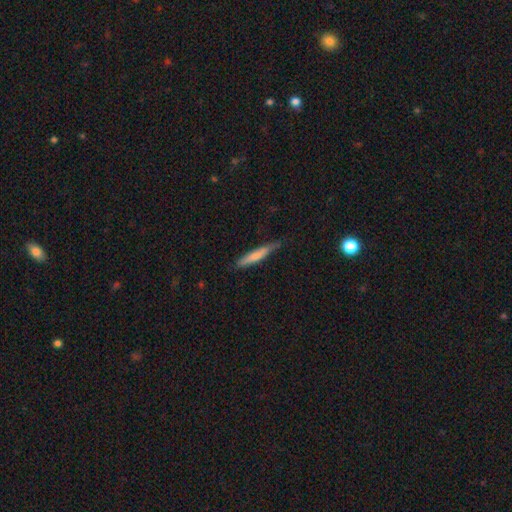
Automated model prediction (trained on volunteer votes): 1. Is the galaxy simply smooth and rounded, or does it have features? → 69% smooth, 25% featured or disk, 5% star or artifact.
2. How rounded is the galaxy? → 91% cigar-shaped, 8% in between, 1% round.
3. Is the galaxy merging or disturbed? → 72% none, 23% minor disturbance, 3% major disturbance, 2% merger.